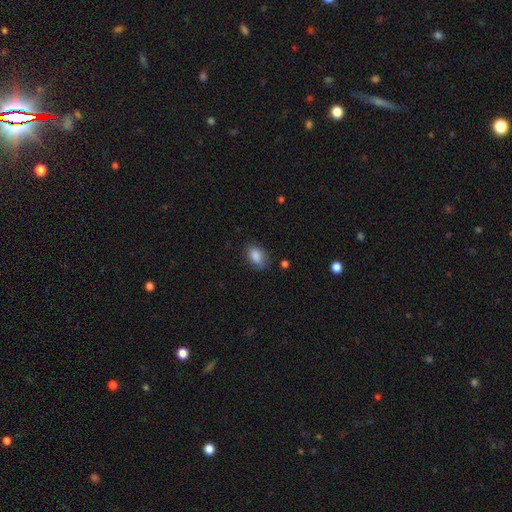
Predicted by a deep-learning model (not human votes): This is clearly a smooth galaxy (85%). How rounded: clearly in between (85%). Merging: likely none (68%).